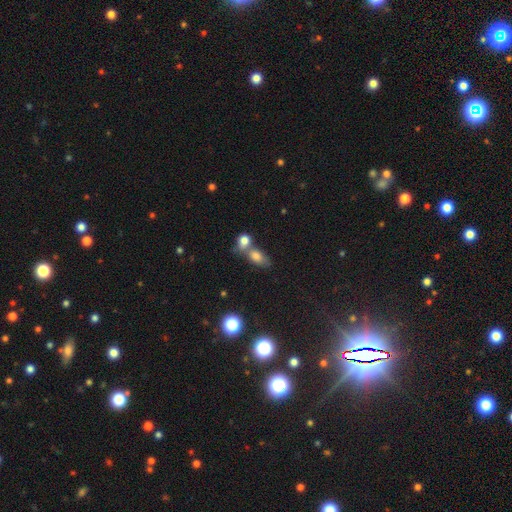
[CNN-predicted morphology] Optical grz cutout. It shows a smooth galaxy with no disk features (72%) that is in between round and cigar-shaped (76%). Merging: merger (46%).